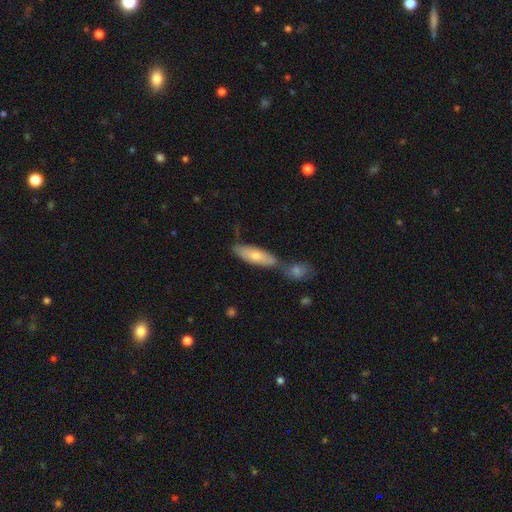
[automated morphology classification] type=smooth (70%); roundness=in between (58%); merging=none (48%).